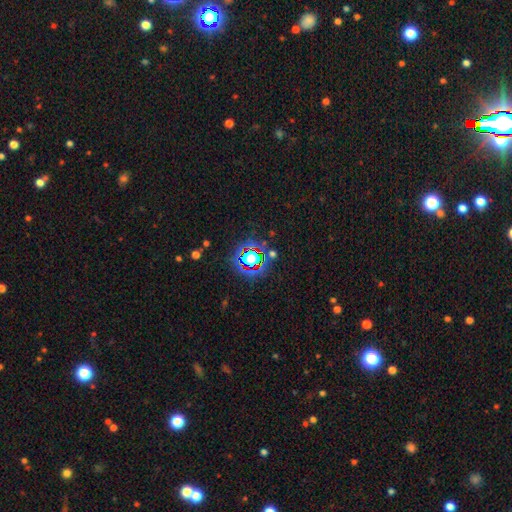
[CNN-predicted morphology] smooth-or-featured: star or artifact: 64% | smooth: 24% | featured or disk: 11%